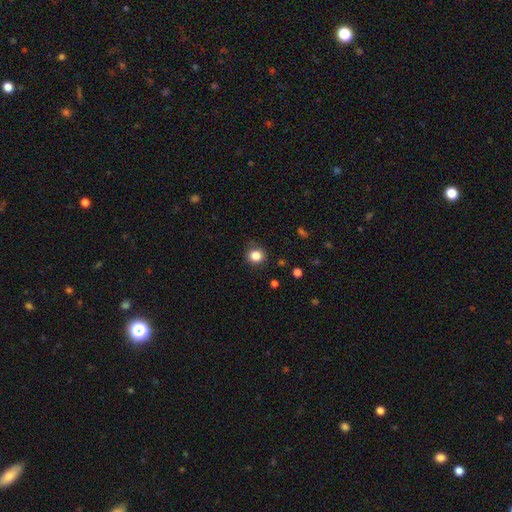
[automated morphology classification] type=smooth (84%); roundness=round (83%); merging=none (84%).